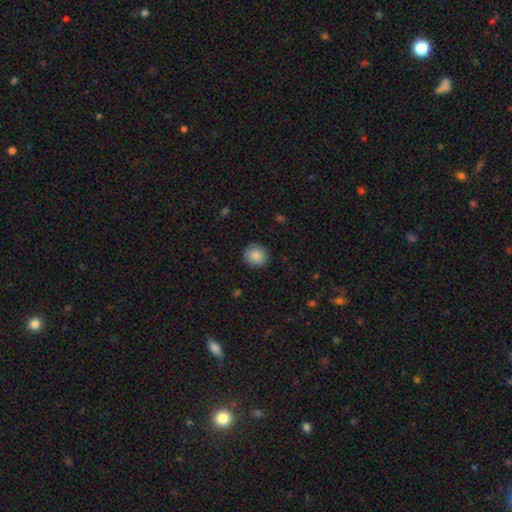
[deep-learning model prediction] smooth_or_featured: smooth (p=0.87) [alt: star or artifact p=0.08]
how_rounded: round (p=0.90) [alt: in between p=0.09]
merging: none (p=0.89) [alt: minor disturbance p=0.08]